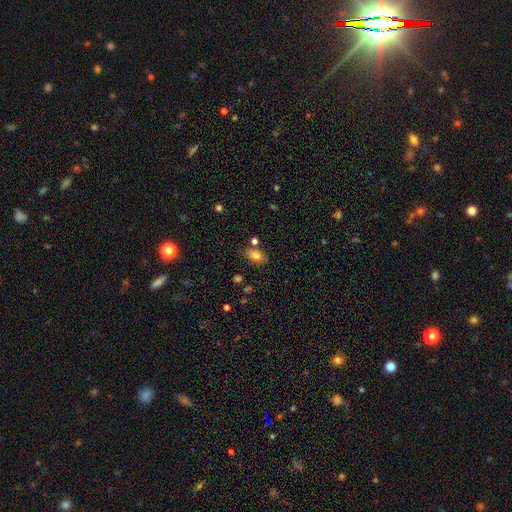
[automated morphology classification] A smooth galaxy with no disk features (78%) that is in between round and cigar-shaped (85%).

Vote fractions:
- Smooth or featured? smooth: 78% / featured or disk: 12% / star or artifact: 10%
- How rounded? in between: 85% / round: 12% / cigar-shaped: 3%
- Merging? none: 71% / minor disturbance: 17% / merger: 8% / major disturbance: 4%